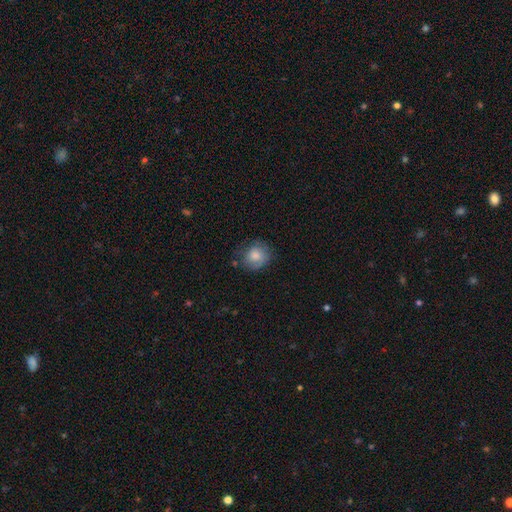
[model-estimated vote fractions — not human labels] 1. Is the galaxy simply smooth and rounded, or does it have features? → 79% smooth, 13% featured or disk, 8% star or artifact.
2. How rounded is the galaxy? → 75% round, 24% in between, 1% cigar-shaped.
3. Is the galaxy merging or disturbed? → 64% none, 25% minor disturbance, 8% major disturbance, 2% merger.